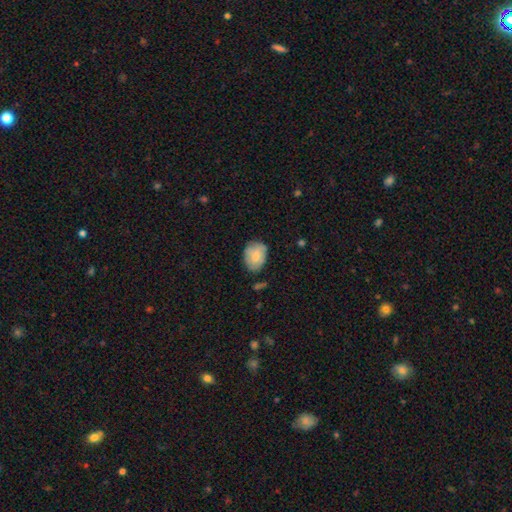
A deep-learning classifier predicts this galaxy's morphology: Q: Smooth or featured?
A: smooth (79%); runner-up: featured or disk (14%)
Q: How rounded?
A: in between (70%); runner-up: round (29%)
Q: Merging?
A: none (71%); runner-up: minor disturbance (22%)